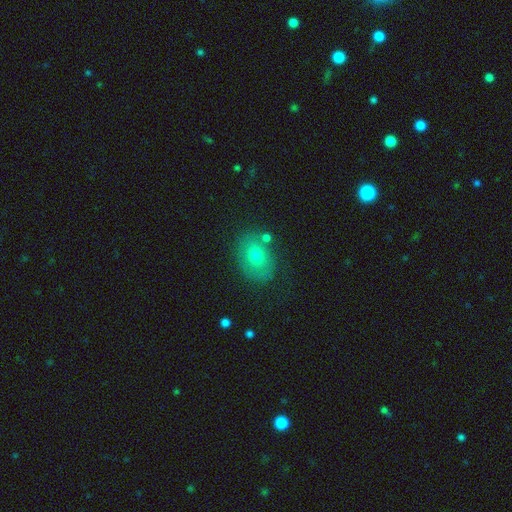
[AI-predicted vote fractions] Smooth or featured: smooth — 67% (featured or disk — 21%)
How rounded: in between — 67% (round — 32%)
Merging: none — 73% (minor disturbance — 16%)